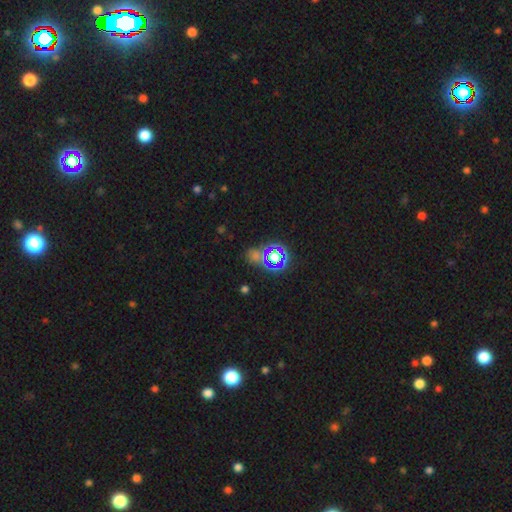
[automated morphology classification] Q: Smooth or featured?
A: star or artifact (64%); runner-up: smooth (27%)